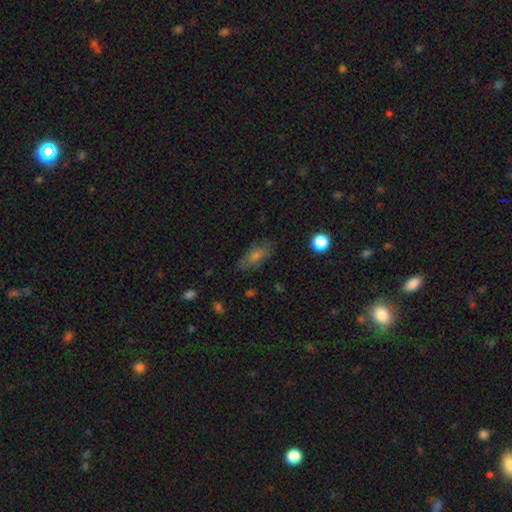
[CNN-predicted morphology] Smooth or featured? smooth (60%)
How rounded? in between (73%)
Merging? none (81%)